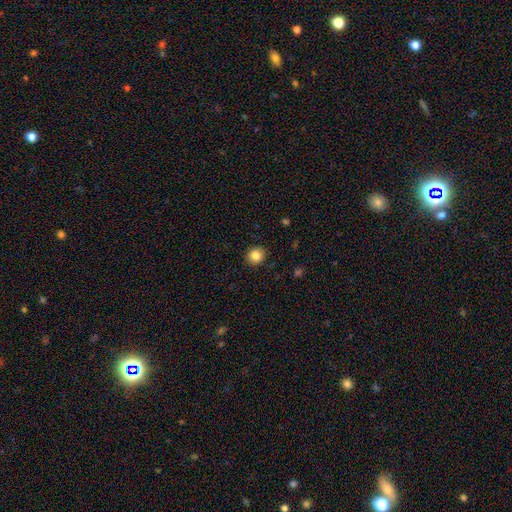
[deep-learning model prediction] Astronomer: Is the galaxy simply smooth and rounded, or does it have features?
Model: smooth — 84%.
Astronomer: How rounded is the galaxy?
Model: round — 85%.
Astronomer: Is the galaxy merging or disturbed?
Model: none — 91%.